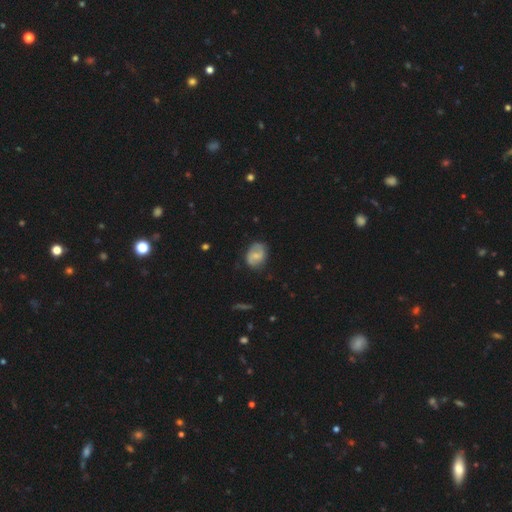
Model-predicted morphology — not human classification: Smooth or featured?
  - featured or disk: 51% *
  - smooth: 42%
  - star or artifact: 7%
Edge-on disk?
  - no: 97% *
  - yes: 3%
Merging?
  - none: 73% *
  - minor disturbance: 20%
  - major disturbance: 5%
  - merger: 2%